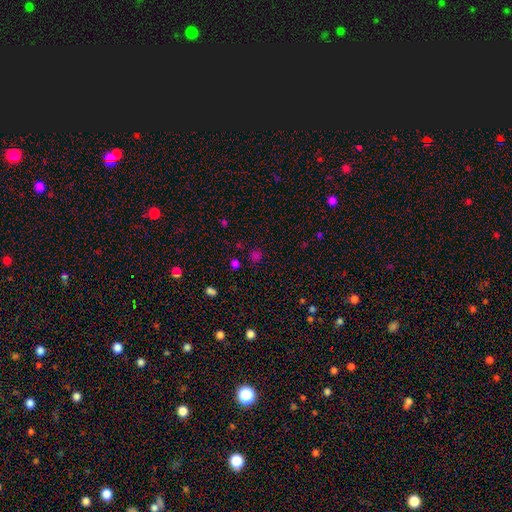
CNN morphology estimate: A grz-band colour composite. It shows a smooth galaxy with no disk features (63%) that is round (84%). Merging: none (81%).